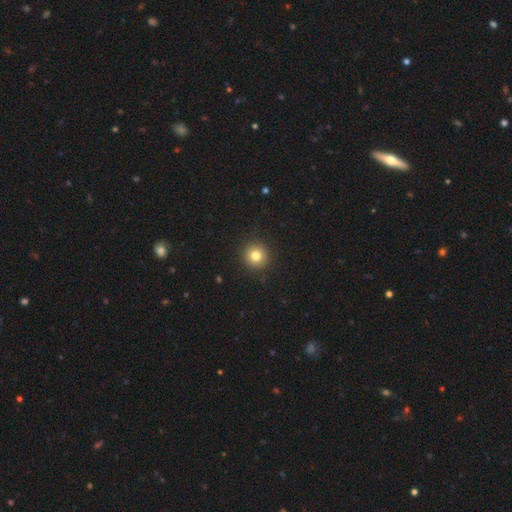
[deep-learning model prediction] smooth_or_featured: smooth (p=0.80) [alt: star or artifact p=0.12]
how_rounded: round (p=0.95) [alt: in between p=0.04]
merging: none (p=0.92) [alt: minor disturbance p=0.05]